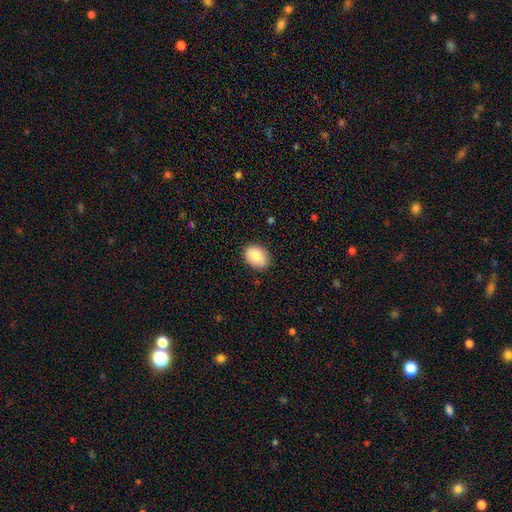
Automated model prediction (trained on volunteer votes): smooth_or_featured: smooth (p=0.85) [alt: featured or disk p=0.08]
how_rounded: in between (p=0.68) [alt: round p=0.31]
merging: none (p=0.86) [alt: minor disturbance p=0.11]